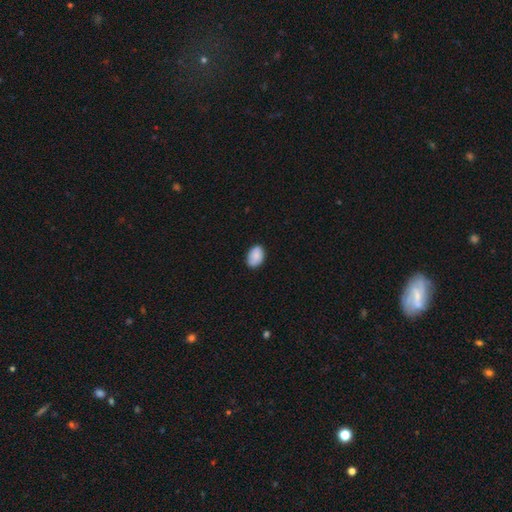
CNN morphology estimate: smooth 86%, featured or disk 7%, star or artifact 7%. Down the decision tree: how rounded — in between (84%); merging — none (81%).